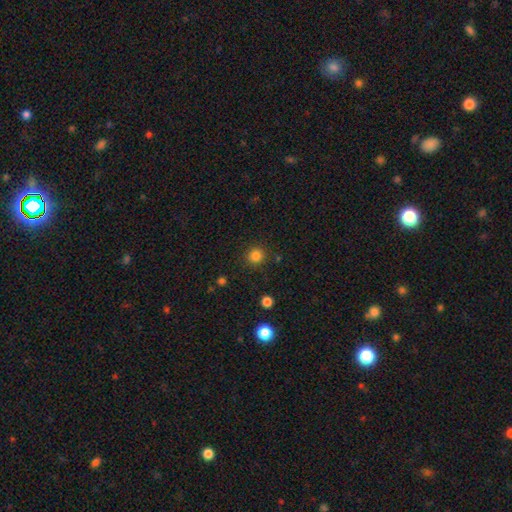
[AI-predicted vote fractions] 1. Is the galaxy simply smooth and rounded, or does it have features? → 82% smooth, 13% star or artifact, 5% featured or disk.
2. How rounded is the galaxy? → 93% round, 6% in between, 1% cigar-shaped.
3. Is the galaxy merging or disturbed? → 89% none, 6% minor disturbance, 2% major disturbance, 2% merger.